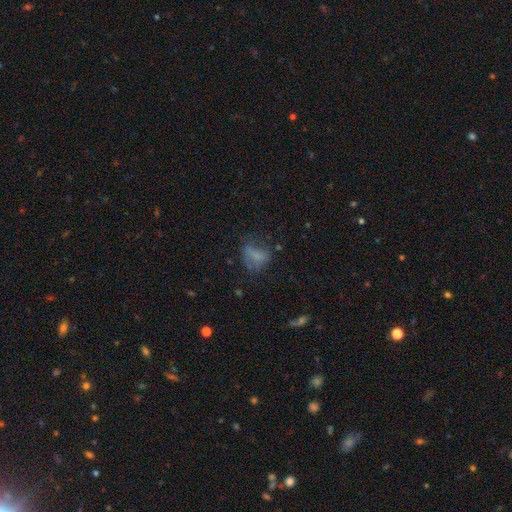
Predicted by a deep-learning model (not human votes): Smooth or featured: smooth — 59% (featured or disk — 25%)
How rounded: in between — 67% (round — 30%)
Merging: none — 42% (major disturbance — 30%)